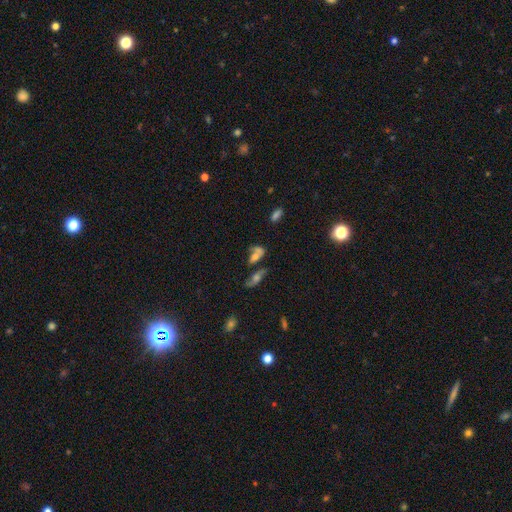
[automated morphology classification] Overall: smooth (48%; featured or disk 38%). Merging: merger (46%; none 29%).